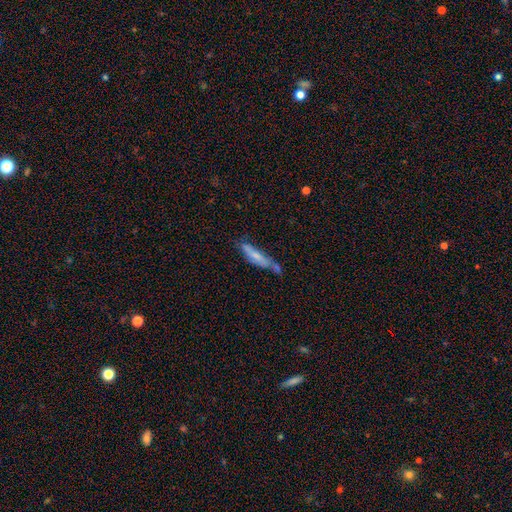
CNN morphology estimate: This is possibly a smooth galaxy (59%). How rounded: likely cigar-shaped (77%). Merging: marginally none (42%).